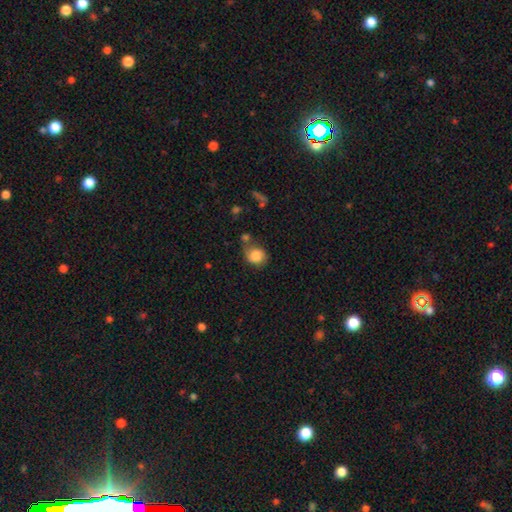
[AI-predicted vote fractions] This appears to be a smooth galaxy with no disk features (83%) that is round (66%). Merging: none (55%).